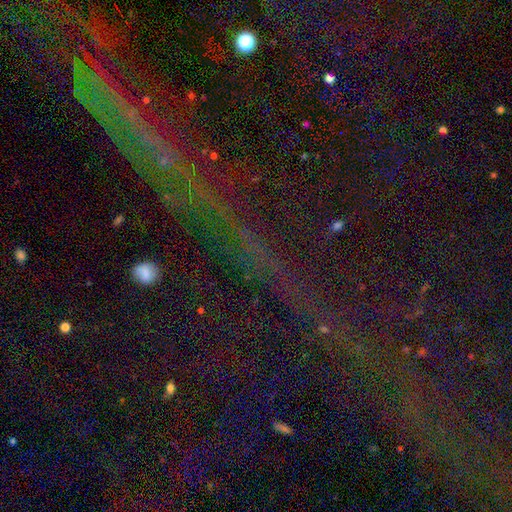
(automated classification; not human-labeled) A star or artifact, not a galaxy (74%).

Vote fractions:
- Smooth or featured? star or artifact: 74% / featured or disk: 14% / smooth: 12%